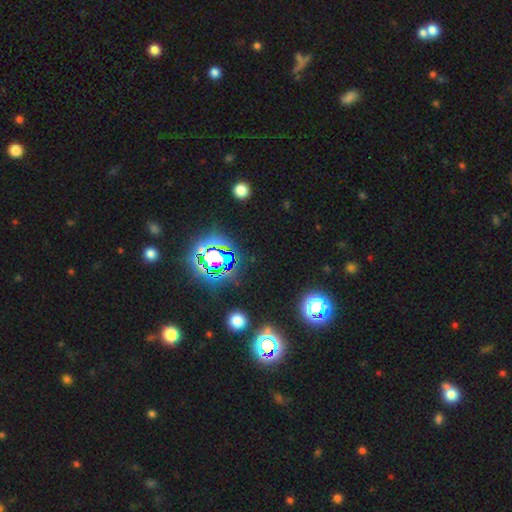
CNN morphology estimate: star or artifact 73%, smooth 18%, featured or disk 9%.